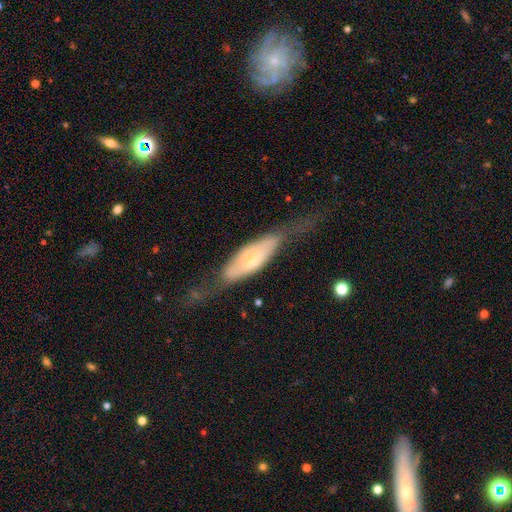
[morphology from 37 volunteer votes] Volunteers were most divided on "edge-on bulge": rounded: 54%, none: 25%, boxy: 21%. More confident: smooth or featured — featured or disk (84%); edge-on disk — yes (77%); merging — none (71%).